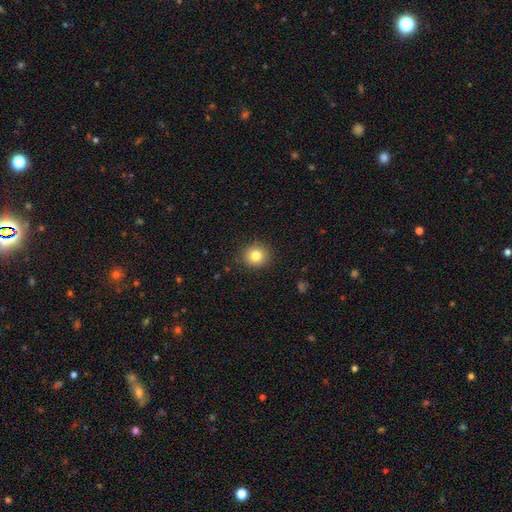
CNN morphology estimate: Q: Smooth or featured?
A: smooth (82%); runner-up: star or artifact (11%)
Q: How rounded?
A: round (87%); runner-up: in between (12%)
Q: Merging?
A: none (89%); runner-up: minor disturbance (8%)